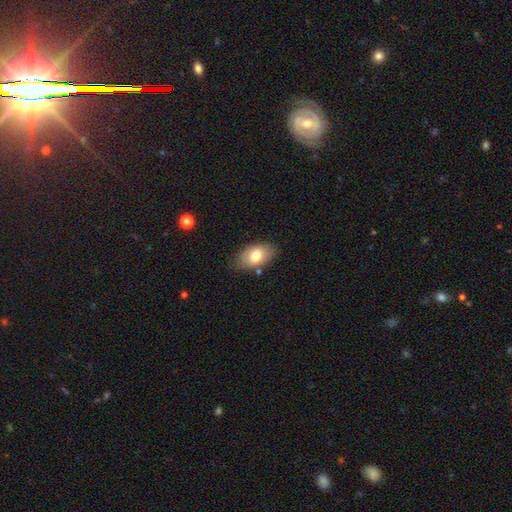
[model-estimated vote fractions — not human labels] Smooth or featured? smooth (77%)
How rounded? in between (92%)
Merging? none (79%)